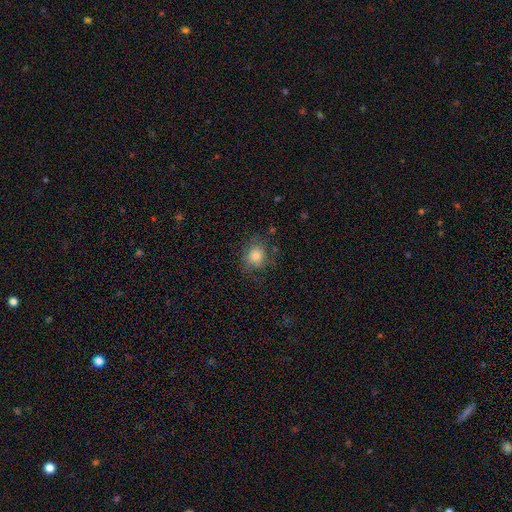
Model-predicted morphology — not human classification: smooth-or-featured: smooth: 79% | featured or disk: 11% | star or artifact: 10%
  how-rounded: round: 76% | in between: 23% | cigar-shaped: 1%
  merging: none: 70% | minor disturbance: 19% | major disturbance: 9% | merger: 2%